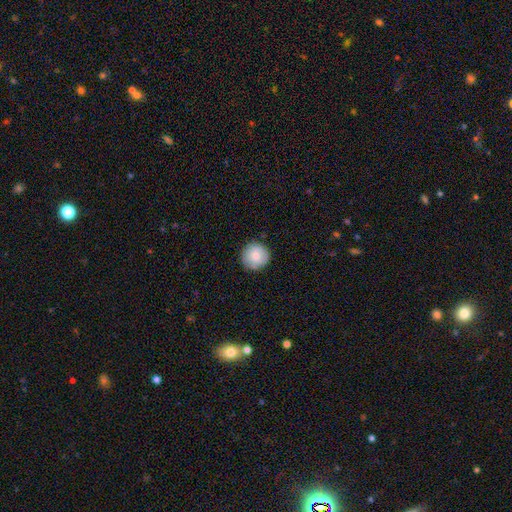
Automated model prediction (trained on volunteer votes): This is clearly a smooth galaxy (84%). How rounded: clearly round (95%). Merging: clearly none (88%).